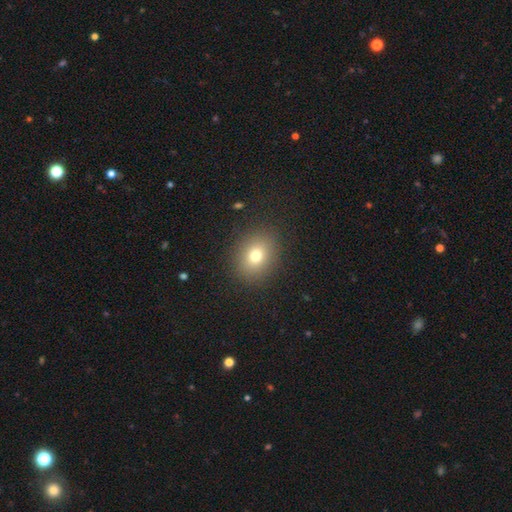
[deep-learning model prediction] Smooth or featured: smooth — 75% (star or artifact — 14%)
How rounded: round — 53% (in between — 46%)
Merging: none — 88% (minor disturbance — 8%)